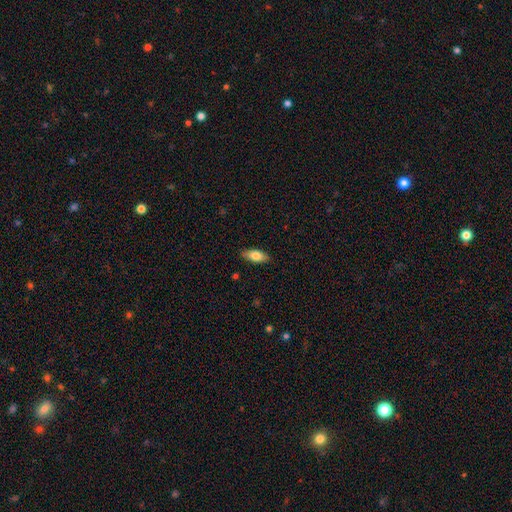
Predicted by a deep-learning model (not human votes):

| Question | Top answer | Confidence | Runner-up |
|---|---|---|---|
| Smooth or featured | smooth | 78% | featured or disk (15%) |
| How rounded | in between | 83% | cigar-shaped (15%) |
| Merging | none | 87% | minor disturbance (10%) |